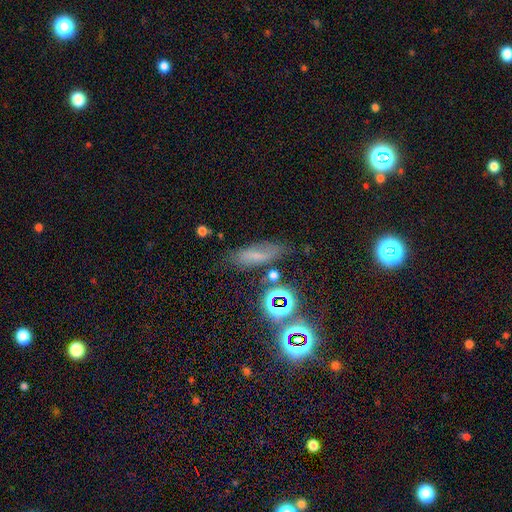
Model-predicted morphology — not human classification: smooth 47%, star or artifact 27%, featured or disk 26%. Down the decision tree: merging — none (66%).